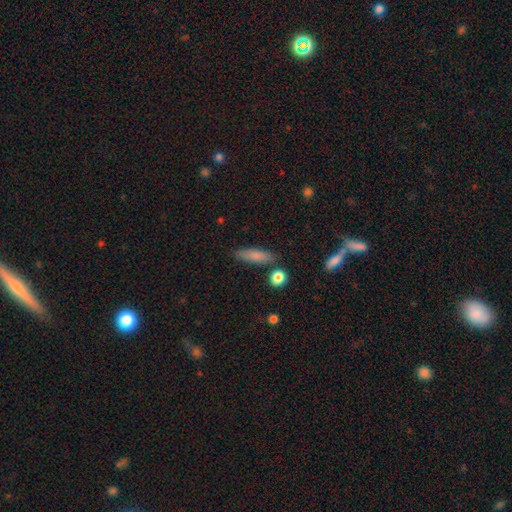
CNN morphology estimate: type=smooth (79%); roundness=cigar-shaped (65%); merging=none (82%).